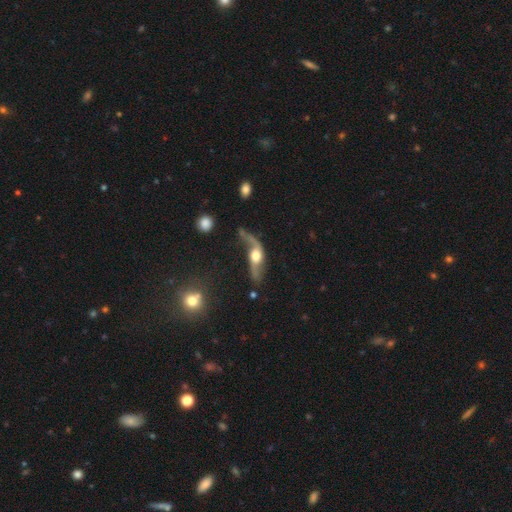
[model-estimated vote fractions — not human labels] This appears to be a featured or disk galaxy (75%) with no bar (67%), spiral arms (85%) and a moderate central bulge (54%). Merging: none (42%).